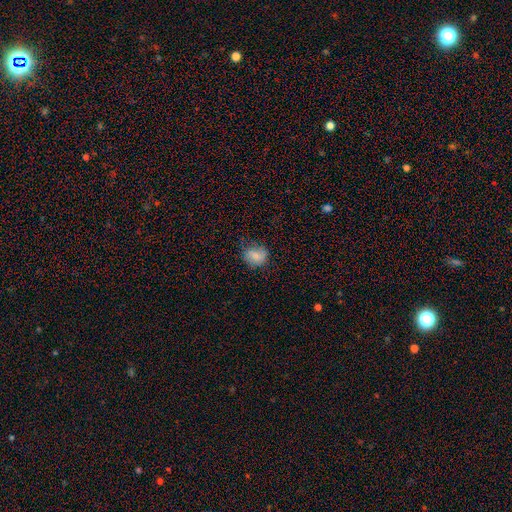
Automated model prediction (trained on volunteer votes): Overall: smooth (78%). How rounded: round (73%). Merging: none (72%).